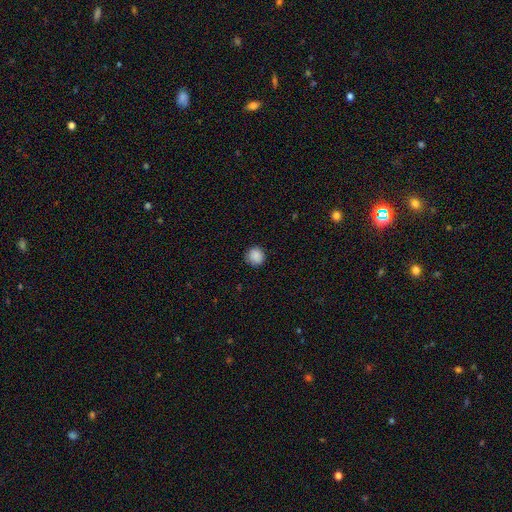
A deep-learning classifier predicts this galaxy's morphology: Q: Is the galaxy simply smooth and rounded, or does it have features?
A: smooth — 88%.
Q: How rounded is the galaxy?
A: round — 91%.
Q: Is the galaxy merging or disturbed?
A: none — 87%.